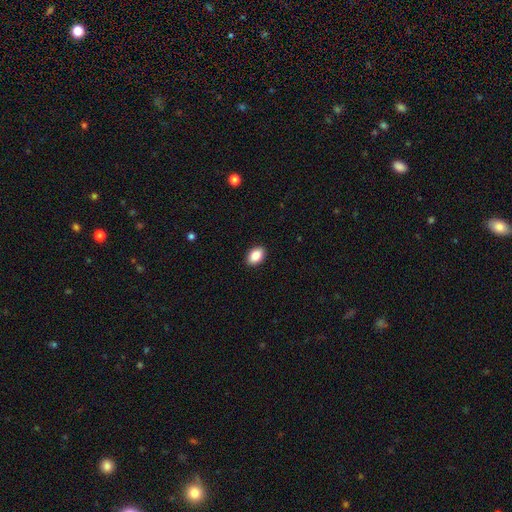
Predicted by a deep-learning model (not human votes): Smooth or featured? Predicted: smooth (p=0.88). How rounded? Predicted: in between (p=0.87). Merging? Predicted: none (p=0.91).